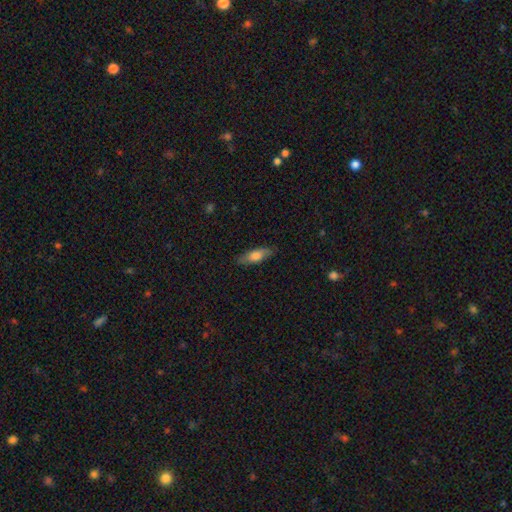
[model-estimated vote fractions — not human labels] Smooth or featured?
  - smooth: 71% *
  - featured or disk: 23%
  - star or artifact: 6%
How rounded?
  - in between: 62% *
  - cigar-shaped: 36%
  - round: 2%
Merging?
  - none: 83% *
  - minor disturbance: 13%
  - major disturbance: 3%
  - merger: 1%